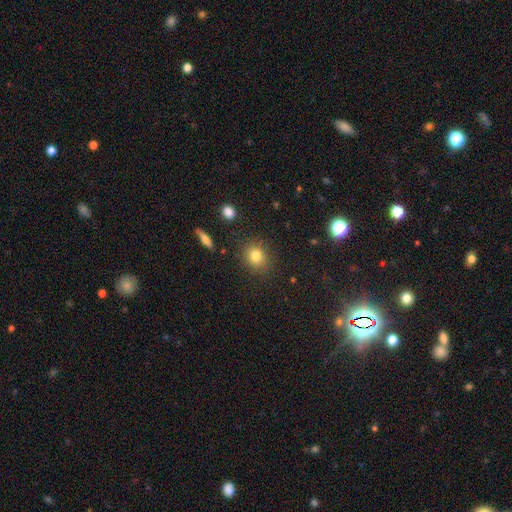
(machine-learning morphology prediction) The model was most divided on "how rounded": round: 76%, in between: 23%, cigar-shaped: 1%. More confident: merging — none (86%); smooth or featured — smooth (80%).